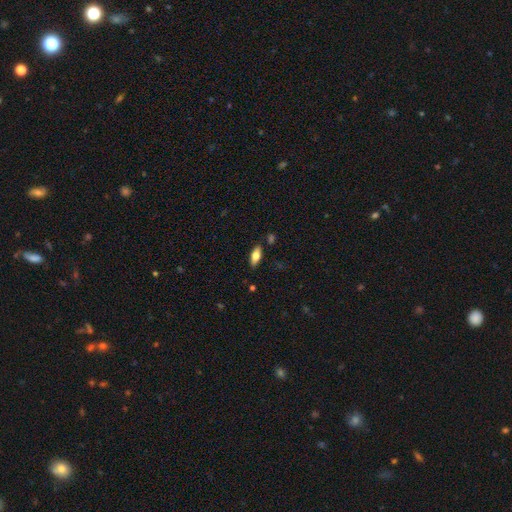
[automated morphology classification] Overall: smooth (71%). How rounded: in between (83%). Merging: none (84%).